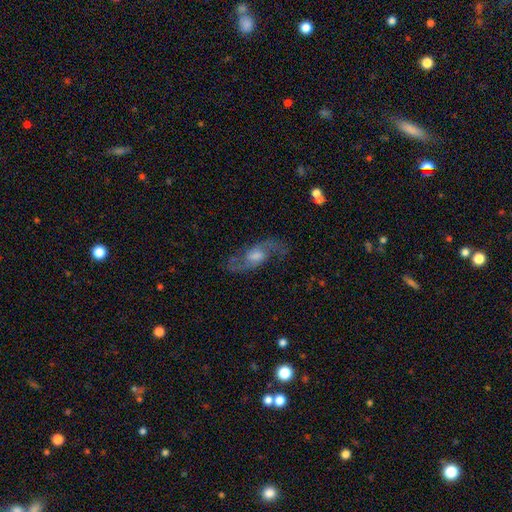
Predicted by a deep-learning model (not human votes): featured or disk 81%, smooth 12%, star or artifact 7%. Down the decision tree: edge-on disk — no (91%); bar — weak (46%); spiral arms — yes (93%); spiral arm count — 2 (90%); spiral winding — medium (49%); bulge size — moderate (48%); merging — none (76%).